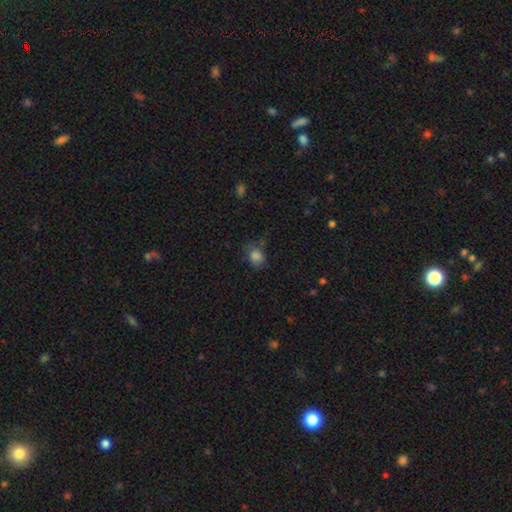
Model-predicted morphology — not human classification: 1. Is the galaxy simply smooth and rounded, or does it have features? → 77% smooth, 13% star or artifact, 10% featured or disk.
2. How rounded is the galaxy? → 54% in between, 45% round, 1% cigar-shaped.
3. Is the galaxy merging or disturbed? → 48% none, 30% minor disturbance, 18% major disturbance, 3% merger.